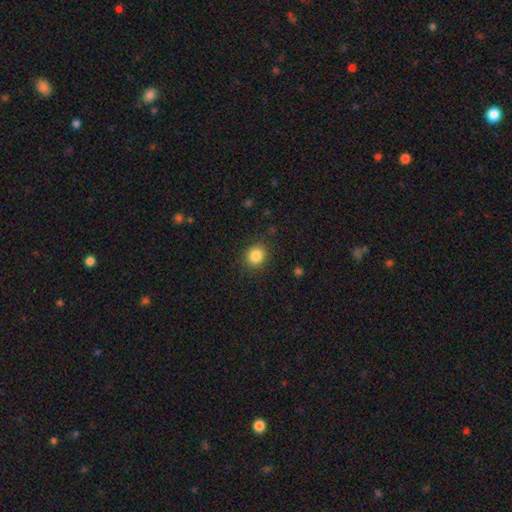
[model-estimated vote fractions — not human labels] Smooth or featured: smooth — 85% (star or artifact — 10%)
How rounded: round — 75% (in between — 24%)
Merging: none — 88% (minor disturbance — 8%)